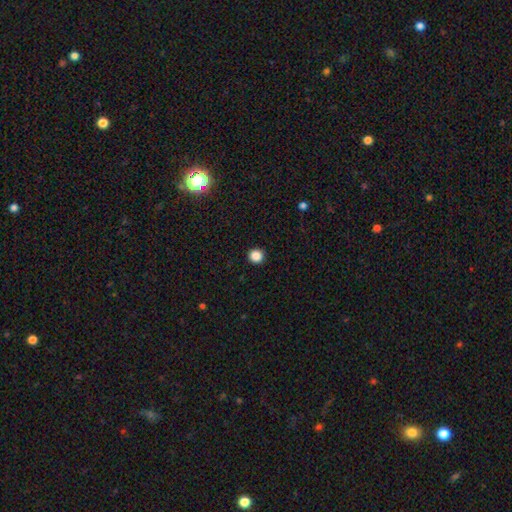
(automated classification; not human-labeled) smooth-or-featured: smooth: 86% | star or artifact: 11% | featured or disk: 3%
  how-rounded: round: 91% | in between: 8% | cigar-shaped: 1%
  merging: none: 93% | minor disturbance: 4% | major disturbance: 2% | merger: 1%